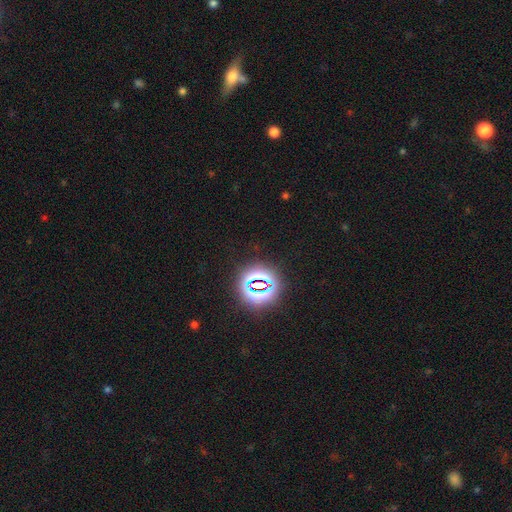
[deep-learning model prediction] This is clearly a star or artifact rather than a galaxy (81%).